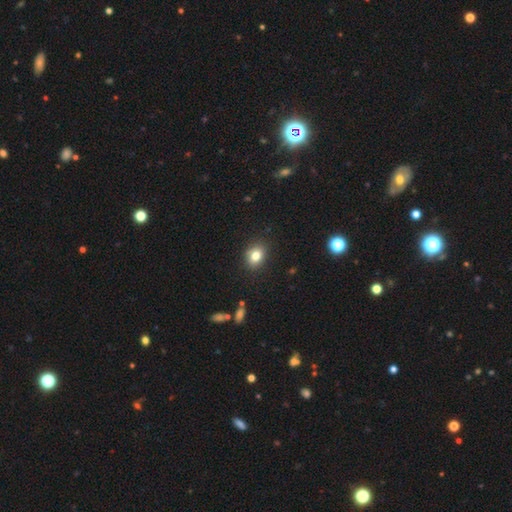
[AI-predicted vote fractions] A smooth galaxy with no disk features (81%) that is in between round and cigar-shaped (53%). Merging: none (87%).